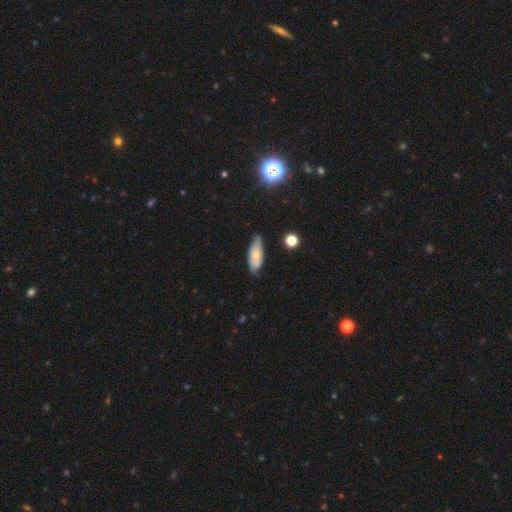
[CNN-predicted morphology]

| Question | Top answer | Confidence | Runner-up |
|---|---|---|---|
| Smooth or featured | smooth | 67% | featured or disk (26%) |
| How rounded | in between | 74% | cigar-shaped (23%) |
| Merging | none | 67% | minor disturbance (26%) |